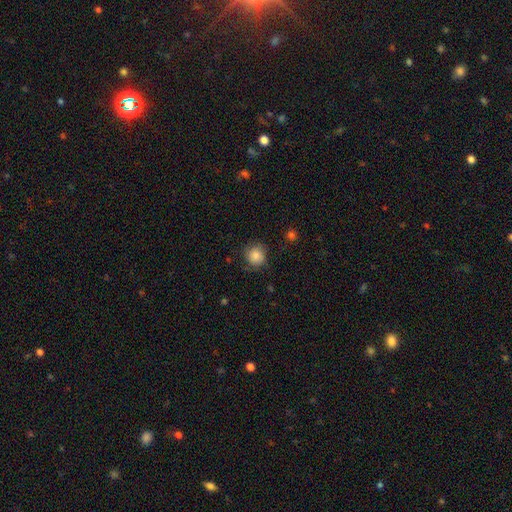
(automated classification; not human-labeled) Q: Smooth or featured?
A: smooth (84%); runner-up: star or artifact (9%)
Q: How rounded?
A: round (90%); runner-up: in between (9%)
Q: Merging?
A: none (77%); runner-up: minor disturbance (16%)